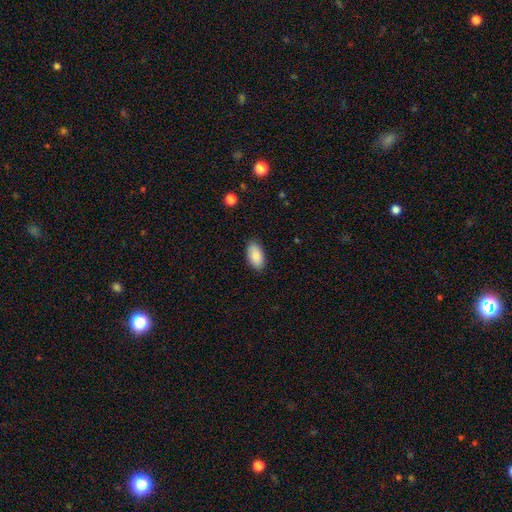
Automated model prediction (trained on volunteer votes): The model was most divided on "merging": none: 87%, minor disturbance: 10%, major disturbance: 2%, merger: 1%. More confident: how rounded — in between (94%); smooth or featured — smooth (89%).